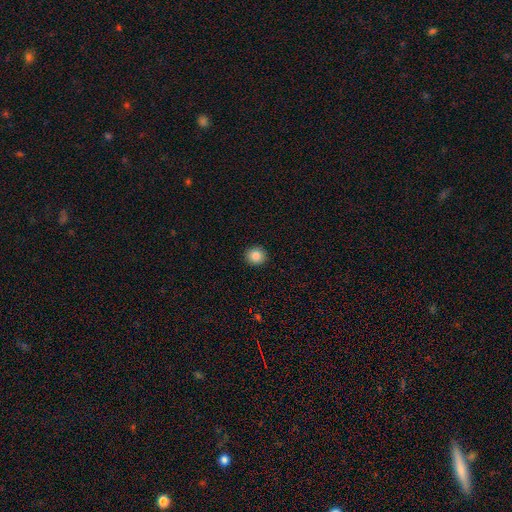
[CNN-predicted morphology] This is clearly a smooth galaxy (86%). How rounded: clearly round (83%). Merging: clearly none (92%).